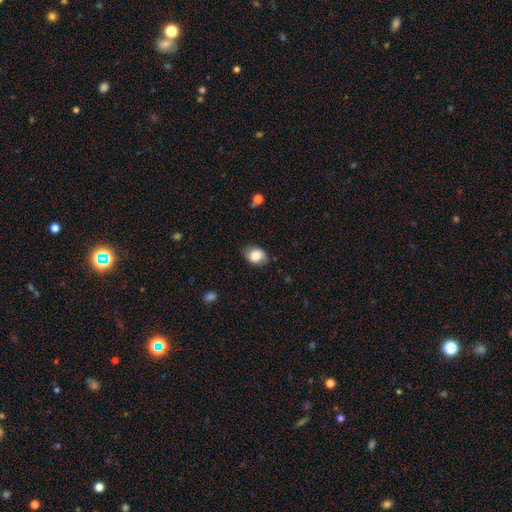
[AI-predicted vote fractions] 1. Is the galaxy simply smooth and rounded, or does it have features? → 77% smooth, 15% featured or disk, 8% star or artifact.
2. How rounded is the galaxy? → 61% in between, 38% round, 1% cigar-shaped.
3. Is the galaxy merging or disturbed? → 74% none, 20% minor disturbance, 5% major disturbance, 1% merger.